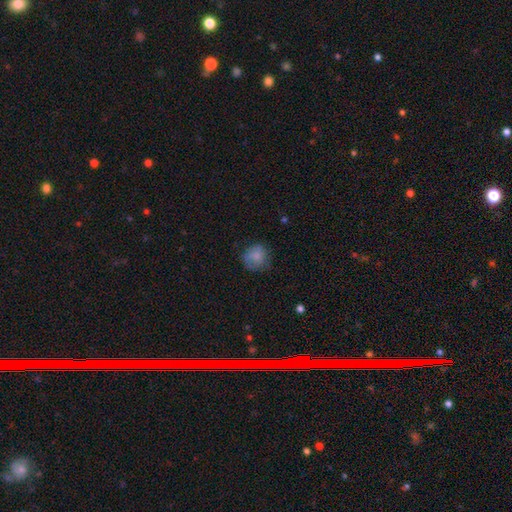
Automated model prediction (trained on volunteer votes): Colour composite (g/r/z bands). It shows a smooth galaxy with no disk features (79%) that is round (84%). Merging: none (66%).